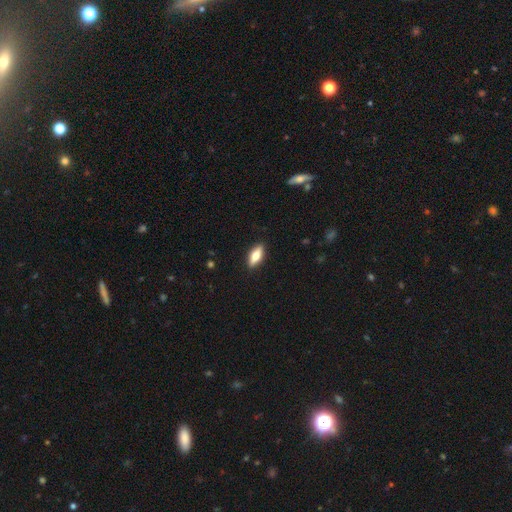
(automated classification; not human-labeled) smooth-or-featured: smooth: 67% | featured or disk: 27% | star or artifact: 6%
  how-rounded: in between: 68% | cigar-shaped: 29% | round: 3%
  merging: none: 89% | minor disturbance: 8% | major disturbance: 2% | merger: 1%